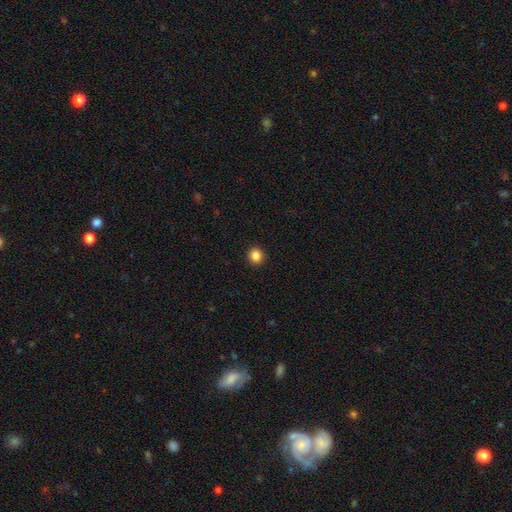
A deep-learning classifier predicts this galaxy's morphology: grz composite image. It shows a smooth galaxy with no disk features (85%) that is round (89%). Merging: none (93%).